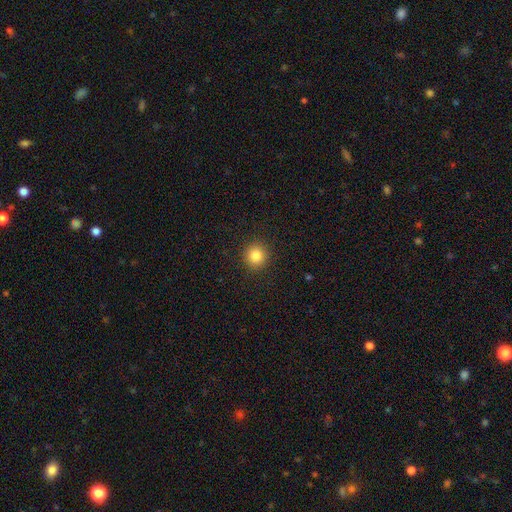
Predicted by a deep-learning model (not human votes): Smooth or featured: smooth — 83% (star or artifact — 11%)
How rounded: round — 92% (in between — 7%)
Merging: none — 92% (minor disturbance — 5%)